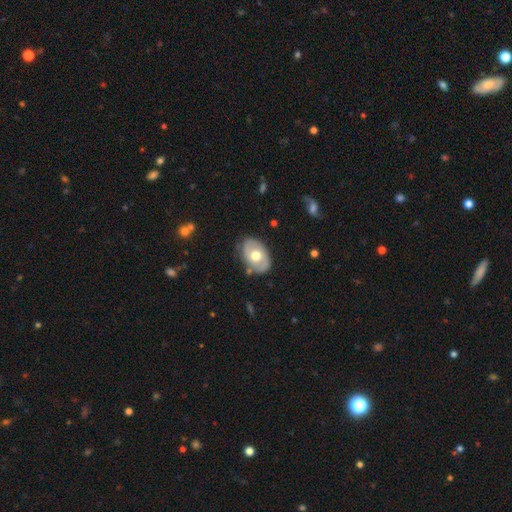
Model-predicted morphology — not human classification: Overall: smooth (48%; featured or disk 47%). Merging: none (78%).